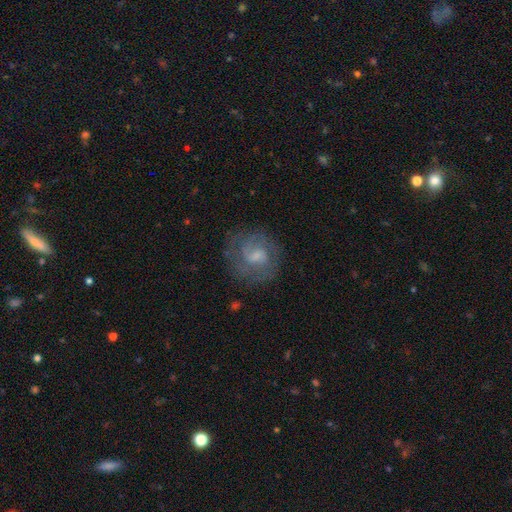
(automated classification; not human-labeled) Smooth or featured? featured or disk (65%)
Edge-on disk? no (98%)
Bar? weak (55%)
Spiral arms? yes (84%)
Spiral winding? medium (44%)
Spiral arm count? 2 (52%)
Bulge size? small (40%)
Merging? none (72%)